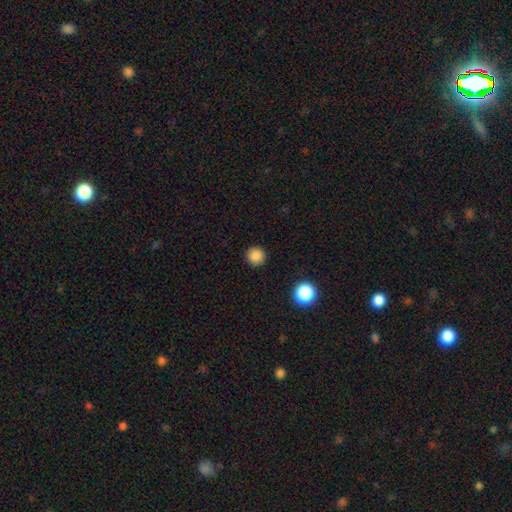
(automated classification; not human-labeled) Q: Smooth or featured?
A: smooth (85%); runner-up: star or artifact (12%)
Q: How rounded?
A: round (95%); runner-up: in between (4%)
Q: Merging?
A: none (92%); runner-up: minor disturbance (5%)